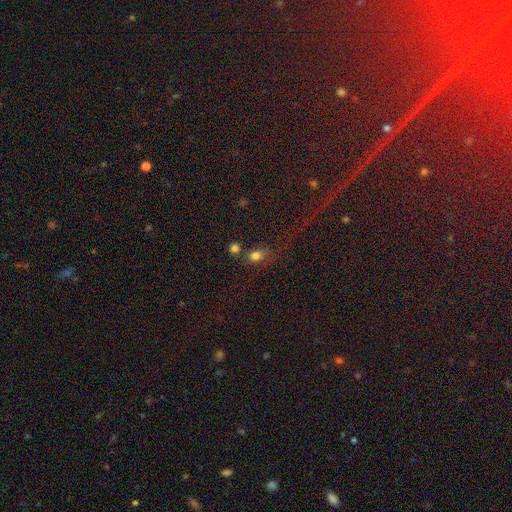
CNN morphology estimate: A smooth galaxy with no disk features (75%) that is round (61%). Merging: none (50%).